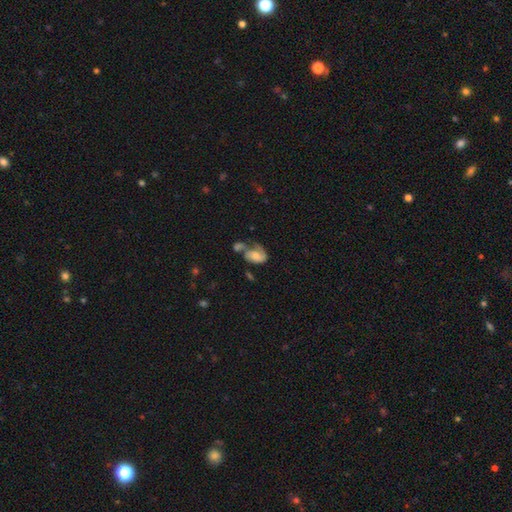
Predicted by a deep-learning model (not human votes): smooth-or-featured: featured or disk: 52% | smooth: 40% | star or artifact: 8%
  disk-edge-on: no: 97% | yes: 3%
    bar: no: 69% | weak: 25% | strong: 6%
    has-spiral-arms: yes: 78% | no: 22%
    bulge-size: moderate: 40% | small: 32% | none: 13% | large: 12% | dominant: 3%
  merging: merger: 36% | major disturbance: 26% | none: 22% | minor disturbance: 16%